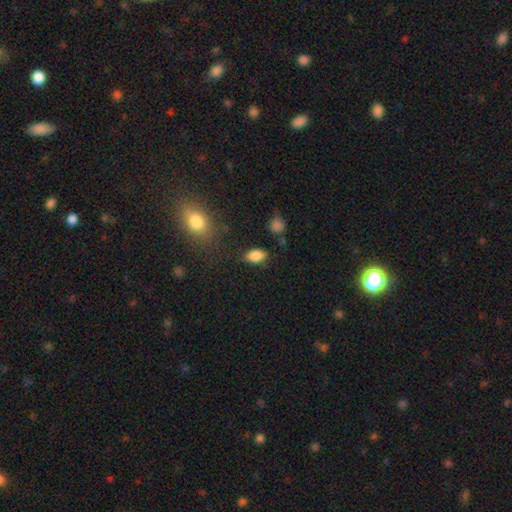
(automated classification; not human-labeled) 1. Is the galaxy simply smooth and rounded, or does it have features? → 85% smooth, 9% star or artifact, 5% featured or disk.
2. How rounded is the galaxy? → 88% in between, 9% round, 2% cigar-shaped.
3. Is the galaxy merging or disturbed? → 79% none, 15% minor disturbance, 4% major disturbance, 3% merger.